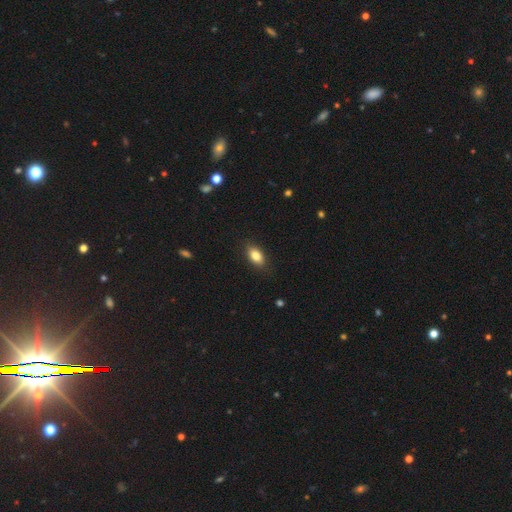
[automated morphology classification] smooth-or-featured: smooth: 85% | featured or disk: 8% | star or artifact: 8%
  how-rounded: in between: 89% | round: 8% | cigar-shaped: 3%
  merging: none: 86% | minor disturbance: 10% | major disturbance: 2% | merger: 1%